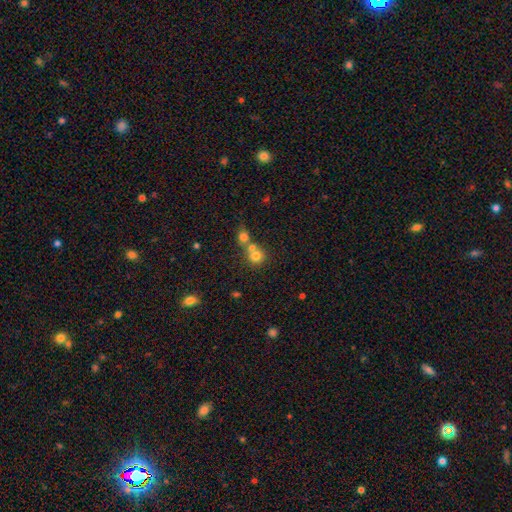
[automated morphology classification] A smooth galaxy with no disk features (74%) that is round (87%).

Vote fractions:
- Smooth or featured? smooth: 74% / star or artifact: 13% / featured or disk: 13%
- How rounded? round: 87% / in between: 12% / cigar-shaped: 1%
- Merging? merger: 49% / none: 41% / minor disturbance: 6% / major disturbance: 3%